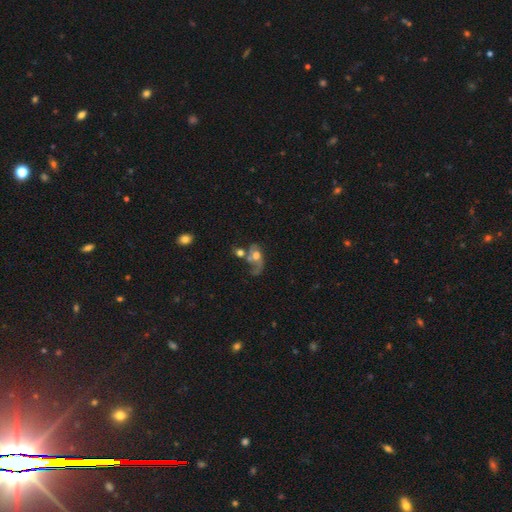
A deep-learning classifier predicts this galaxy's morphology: A featured or disk galaxy (53%) with no bar (77%), spiral arms (64%) and a moderate central bulge (55%). Merging: merger (37%).